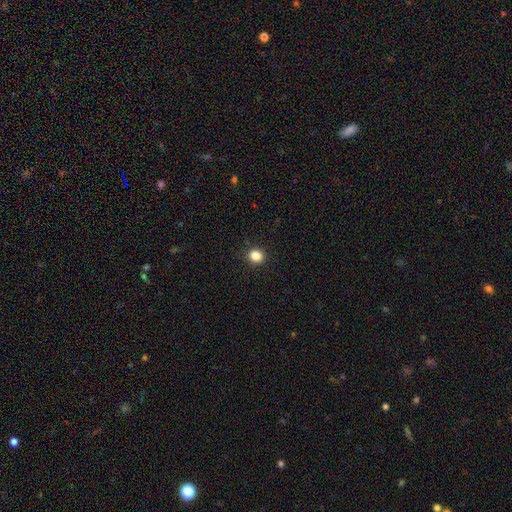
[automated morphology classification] Smooth or featured: smooth — 85% (star or artifact — 11%)
How rounded: round — 83% (in between — 16%)
Merging: none — 92% (minor disturbance — 6%)